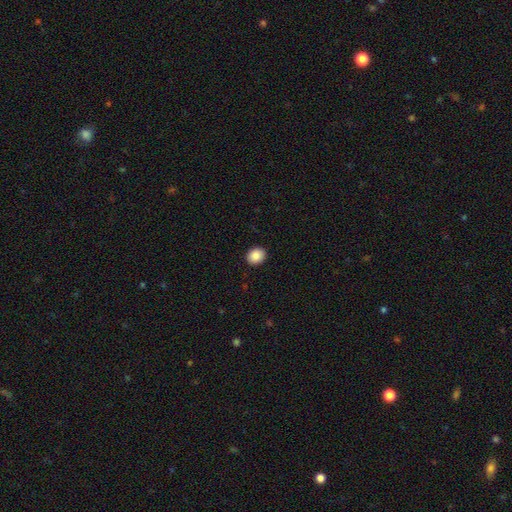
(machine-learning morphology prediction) The model was most divided on "how rounded": round: 60%, in between: 39%, cigar-shaped: 1%. More confident: merging — none (91%); smooth or featured — smooth (87%).